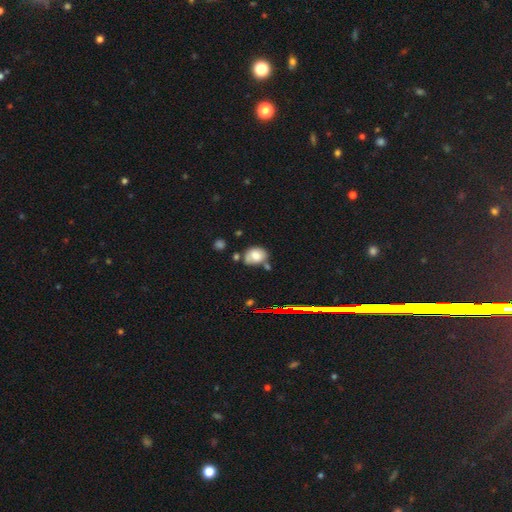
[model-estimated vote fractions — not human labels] smooth 71%, featured or disk 16%, star or artifact 12%. Down the decision tree: how rounded — in between (55%); merging — none (55%).